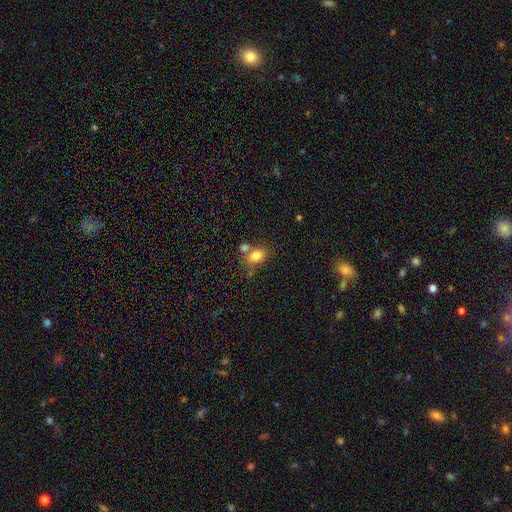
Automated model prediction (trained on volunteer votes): A smooth galaxy with no disk features (80%) that is in between round and cigar-shaped (73%).

Vote fractions:
- Smooth or featured? smooth: 80% / star or artifact: 10% / featured or disk: 10%
- How rounded? in between: 73% / round: 25% / cigar-shaped: 2%
- Merging? none: 54% / merger: 28% / minor disturbance: 14% / major disturbance: 5%